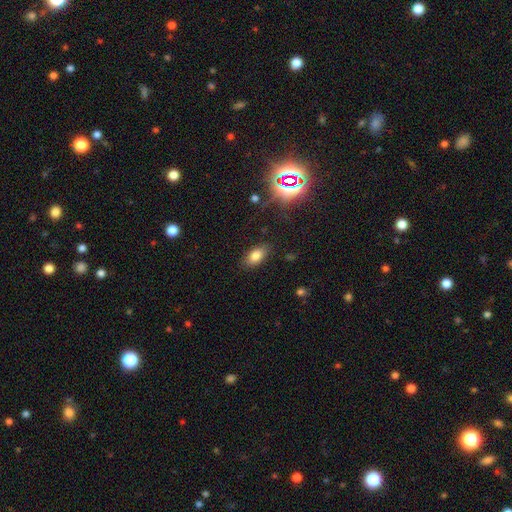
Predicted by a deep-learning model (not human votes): smooth 78%, star or artifact 13%, featured or disk 9%. Down the decision tree: how rounded — in between (89%); merging — none (85%).